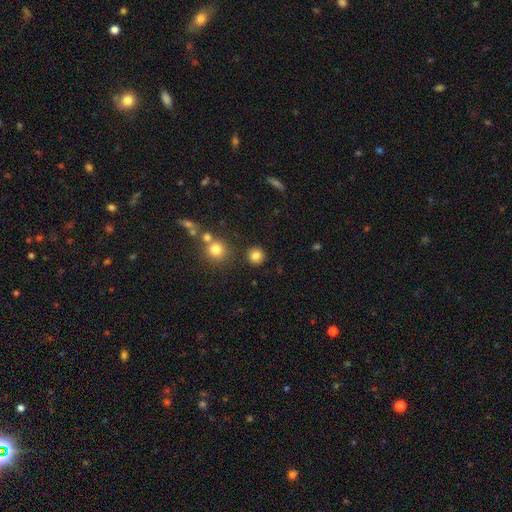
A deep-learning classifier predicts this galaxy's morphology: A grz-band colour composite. It shows a smooth galaxy with no disk features (82%) that is round (93%). Merging: none (88%).